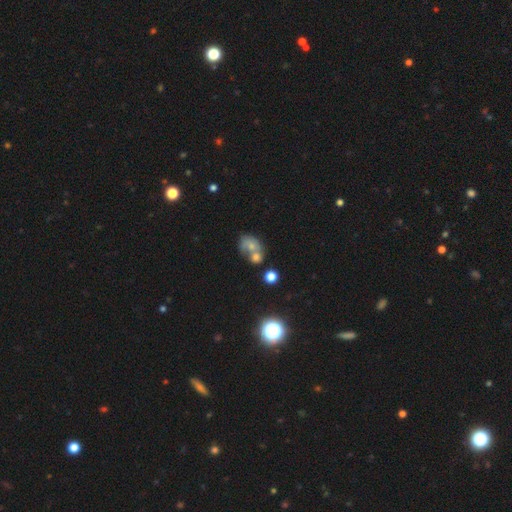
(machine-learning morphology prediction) smooth_or_featured: smooth (p=0.48) [alt: featured or disk p=0.29]
merging: merger (p=0.49) [alt: none p=0.31]